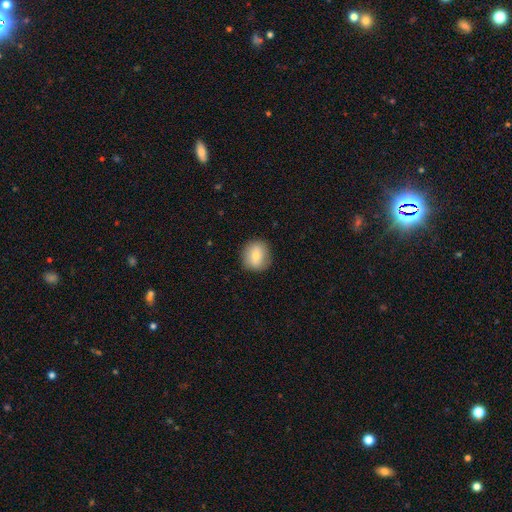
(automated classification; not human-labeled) This is likely a smooth galaxy (75%). How rounded: clearly round (84%). Merging: clearly none (86%).